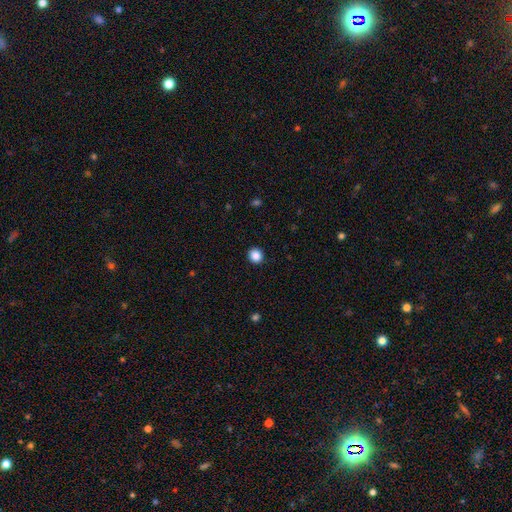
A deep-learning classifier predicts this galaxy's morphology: smooth 87%, star or artifact 10%, featured or disk 3%. Down the decision tree: how rounded — round (91%); merging — none (93%).